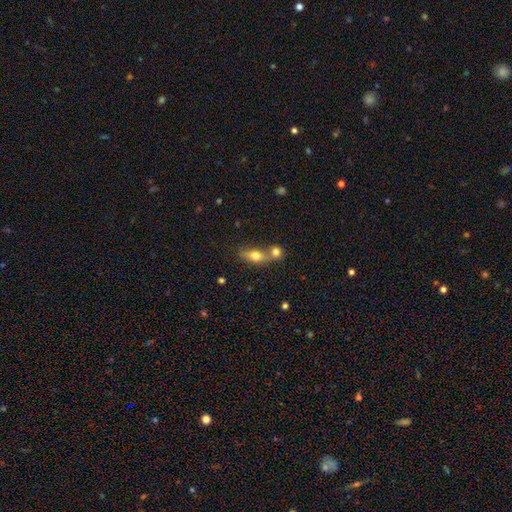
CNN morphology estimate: This is likely a smooth galaxy (71%). How rounded: likely in between (66%). Merging: possibly merger (53%).